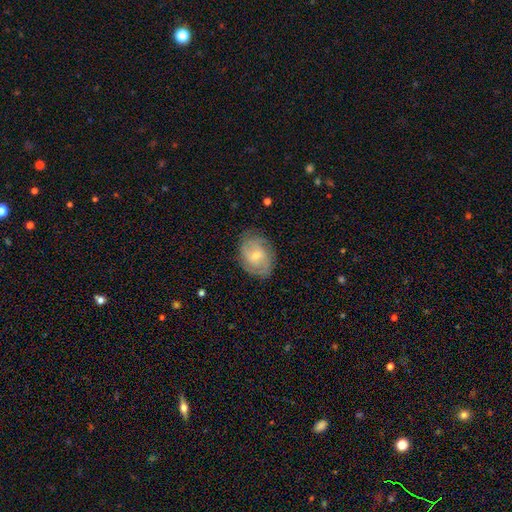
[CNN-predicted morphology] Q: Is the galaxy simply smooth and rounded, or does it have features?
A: featured or disk — 56%.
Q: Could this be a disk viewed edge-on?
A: no — 97%.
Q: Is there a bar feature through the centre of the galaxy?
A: weak — 51%.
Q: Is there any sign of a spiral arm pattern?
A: yes — 82%.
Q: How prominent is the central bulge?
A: moderate — 47%, tied with small.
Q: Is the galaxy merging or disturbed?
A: none — 75%.